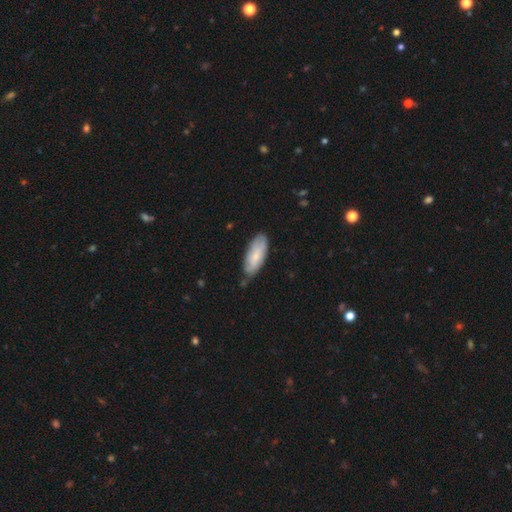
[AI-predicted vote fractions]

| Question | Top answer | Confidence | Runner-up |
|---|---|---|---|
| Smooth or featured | smooth | 68% | featured or disk (26%) |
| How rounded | in between | 79% | cigar-shaped (19%) |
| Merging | none | 64% | minor disturbance (29%) |